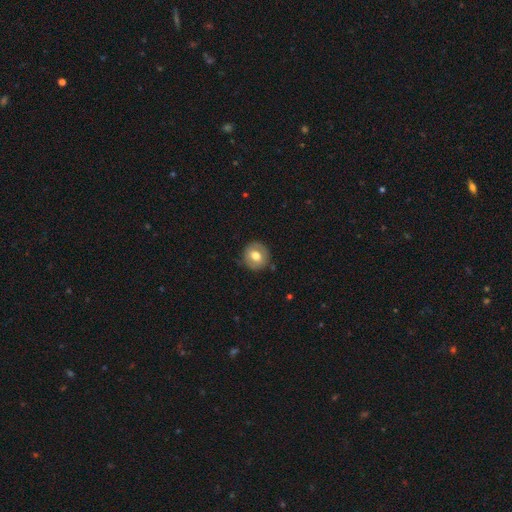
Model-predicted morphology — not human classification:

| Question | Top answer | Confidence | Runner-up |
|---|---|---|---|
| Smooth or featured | smooth | 64% | featured or disk (28%) |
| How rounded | round | 87% | in between (12%) |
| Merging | none | 85% | minor disturbance (11%) |